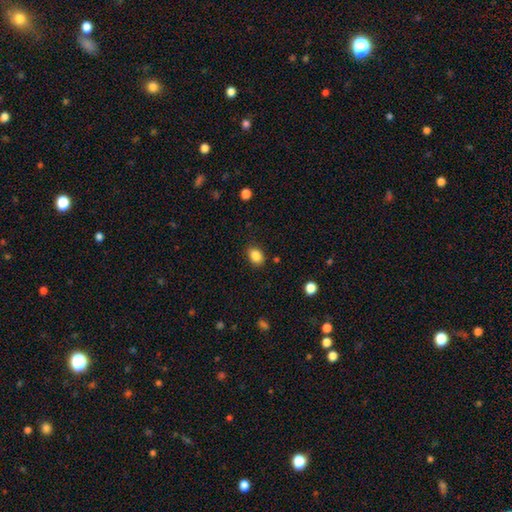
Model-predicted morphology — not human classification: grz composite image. It shows a smooth galaxy with no disk features (86%) that is in between round and cigar-shaped (72%). Merging: none (85%).